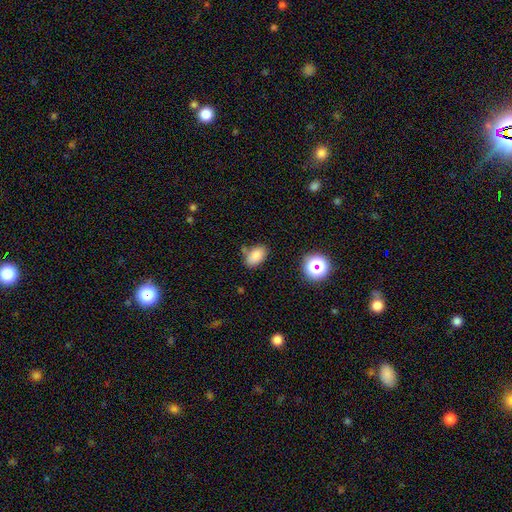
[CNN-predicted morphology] Overall: smooth (83%). How rounded: in between (90%). Merging: none (74%).